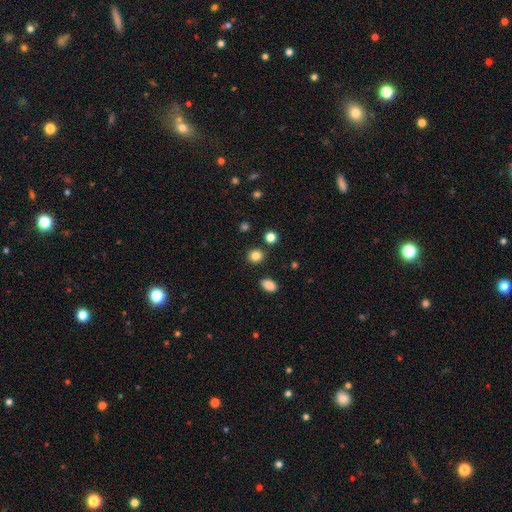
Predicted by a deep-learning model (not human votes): This is clearly a smooth galaxy (83%). How rounded: clearly round (84%). Merging: clearly none (87%).